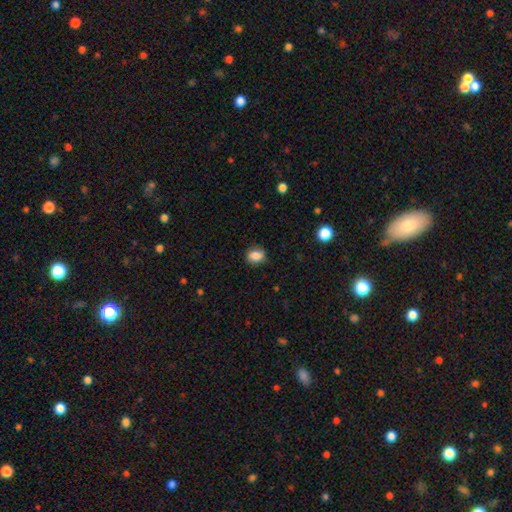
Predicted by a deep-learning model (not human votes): A smooth galaxy with no disk features (83%) that is in between round and cigar-shaped (54%).

Vote fractions:
- Smooth or featured? smooth: 83% / star or artifact: 9% / featured or disk: 7%
- How rounded? in between: 54% / round: 45% / cigar-shaped: 1%
- Merging? none: 79% / minor disturbance: 16% / major disturbance: 4% / merger: 1%